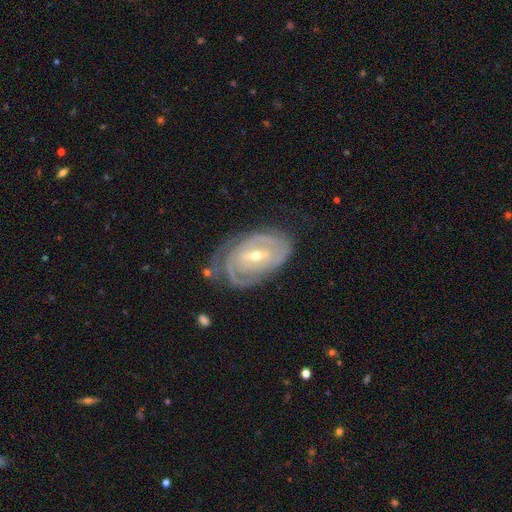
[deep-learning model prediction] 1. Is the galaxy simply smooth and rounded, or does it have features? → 86% featured or disk, 9% smooth, 5% star or artifact.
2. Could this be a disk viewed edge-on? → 95% no, 5% yes.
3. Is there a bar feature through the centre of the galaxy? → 48% weak, 29% strong, 23% no.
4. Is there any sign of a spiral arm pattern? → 92% yes, 8% no.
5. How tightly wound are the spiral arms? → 72% tight, 22% medium, 6% loose.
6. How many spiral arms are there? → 36% 2, 35% can't tell, 14% 3, 7% 1, 5% 4, 3% more than 4.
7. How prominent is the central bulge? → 53% small, 44% moderate, 1% large, 1% none, 1% dominant.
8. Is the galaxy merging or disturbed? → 57% none, 25% minor disturbance, 14% major disturbance, 3% merger.